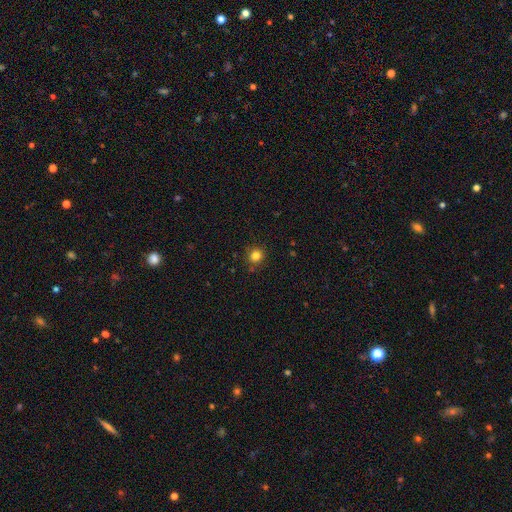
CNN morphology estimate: A smooth galaxy with no disk features (82%) that is round (90%). Merging: none (87%).